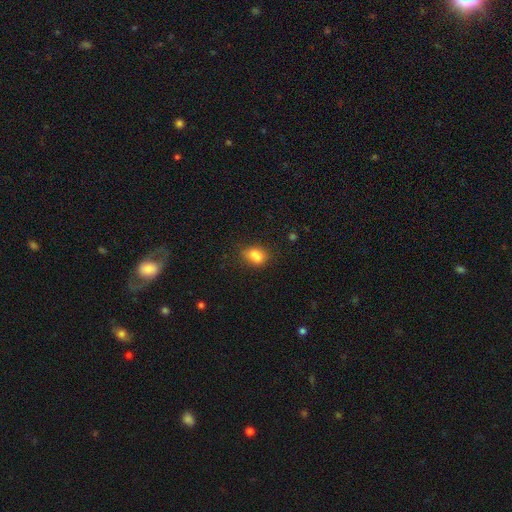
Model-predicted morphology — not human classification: Smooth or featured? smooth (76%)
How rounded? in between (67%)
Merging? none (49%)